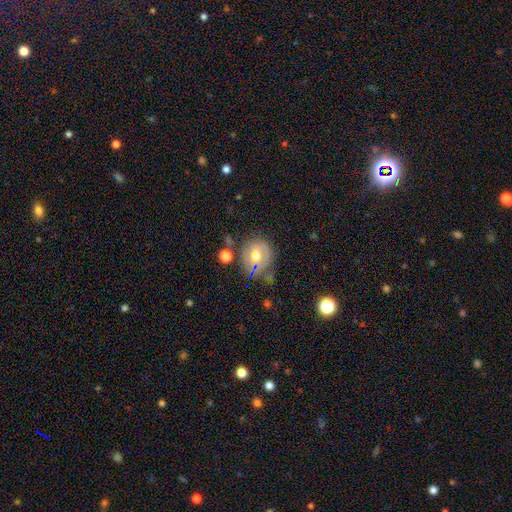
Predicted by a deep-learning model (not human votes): Overall: smooth (52%; featured or disk 37%). How rounded: round (78%). Merging: none (58%; minor disturbance 23%).